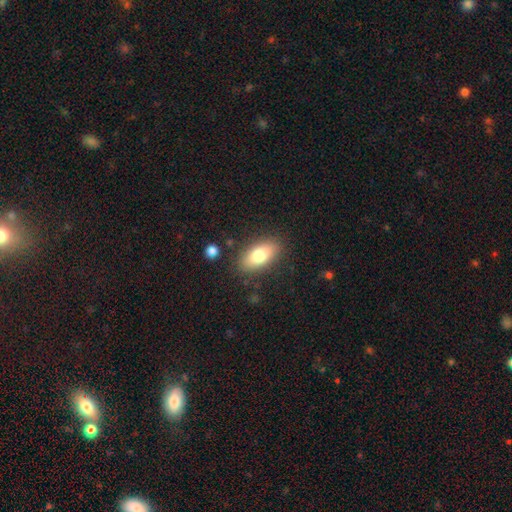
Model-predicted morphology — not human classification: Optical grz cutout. It shows a smooth galaxy with no disk features (78%) that is in between round and cigar-shaped (89%). Merging: none (84%).